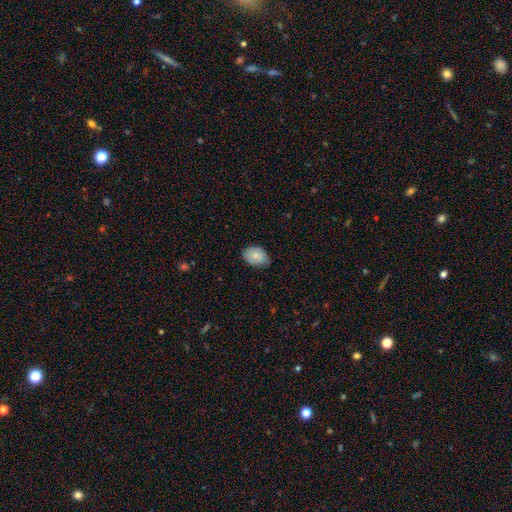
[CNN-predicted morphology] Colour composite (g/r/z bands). It shows a smooth galaxy with no disk features (81%) that is in between round and cigar-shaped (78%). Merging: none (72%).